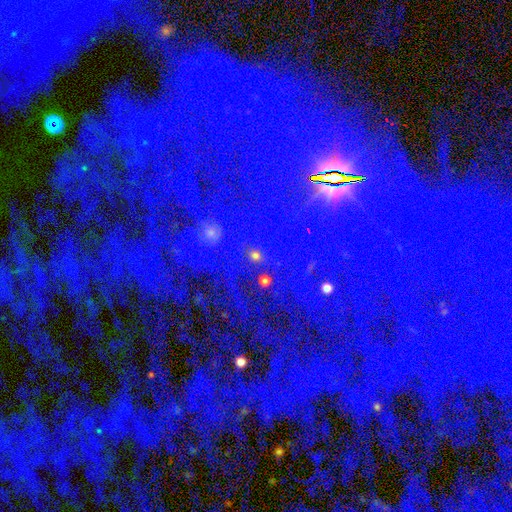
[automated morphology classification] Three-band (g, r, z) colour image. It shows a star or artifact, not a galaxy (74%).